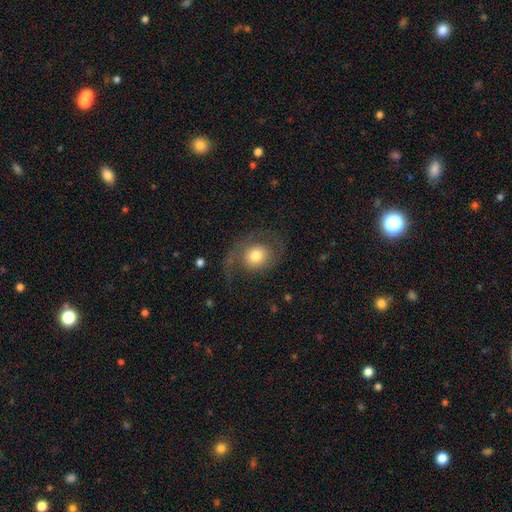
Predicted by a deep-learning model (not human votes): Overall: smooth (50%; featured or disk 42%). Merging: none (49%; major disturbance 29%).